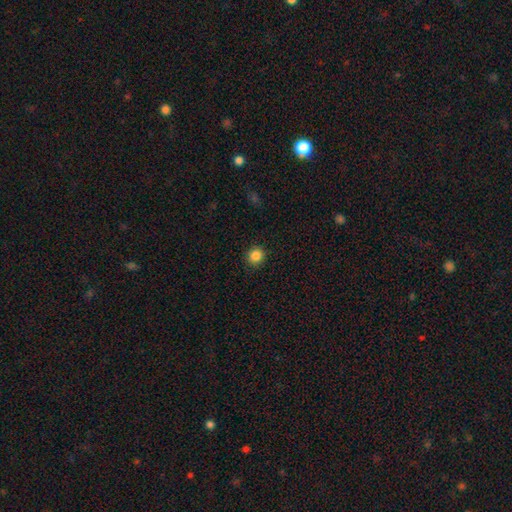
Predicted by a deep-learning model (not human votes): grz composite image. It shows a smooth galaxy with no disk features (86%) that is round (90%). Merging: none (91%).